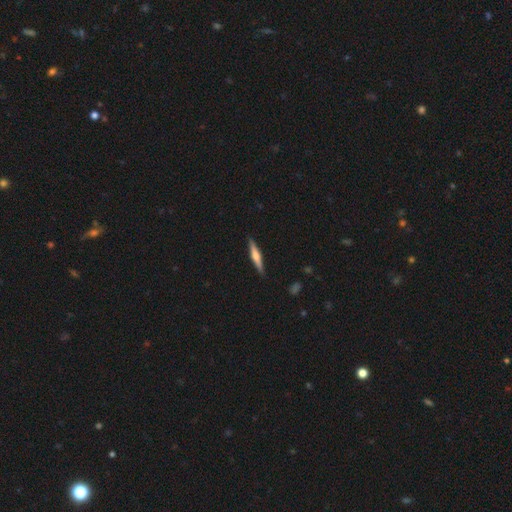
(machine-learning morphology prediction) Smooth or featured? featured or disk (55%)
Edge-on disk? yes (97%)
Edge-on bulge? rounded (81%)
Merging? none (90%)